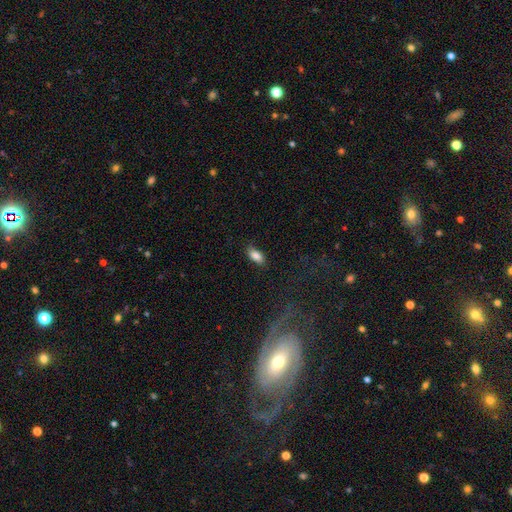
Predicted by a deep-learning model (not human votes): This is clearly a smooth galaxy (85%). How rounded: clearly in between (88%). Merging: clearly none (82%).